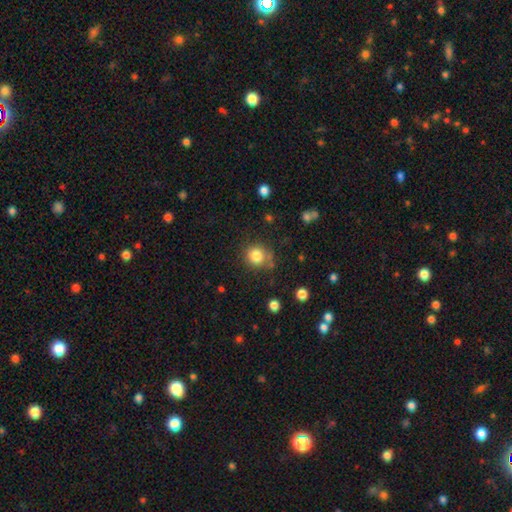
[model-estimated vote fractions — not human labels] smooth_or_featured: smooth (p=0.82) [alt: star or artifact p=0.11]
how_rounded: round (p=0.85) [alt: in between p=0.14]
merging: none (p=0.72) [alt: minor disturbance p=0.16]